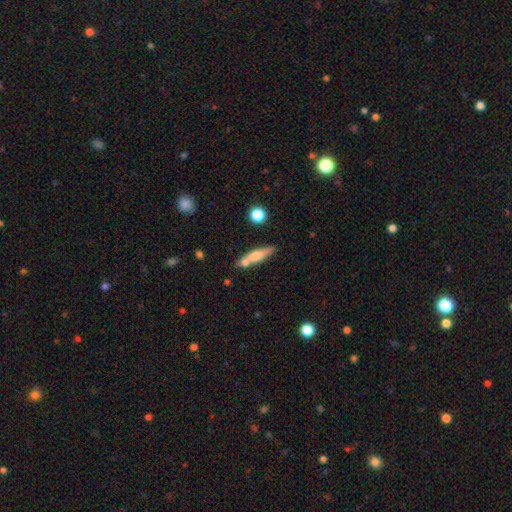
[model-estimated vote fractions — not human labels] smooth 58%, featured or disk 35%, star or artifact 7%. Down the decision tree: how rounded — cigar-shaped (80%); merging — none (64%).